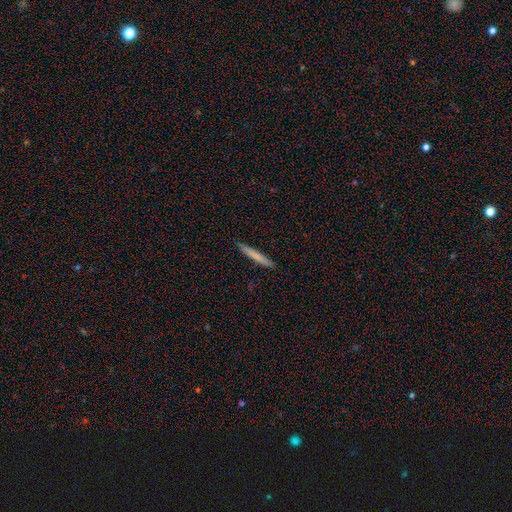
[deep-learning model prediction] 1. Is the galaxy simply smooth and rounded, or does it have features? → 71% smooth, 23% featured or disk, 6% star or artifact.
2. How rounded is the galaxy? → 96% cigar-shaped, 3% in between, 1% round.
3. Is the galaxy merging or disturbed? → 91% none, 6% minor disturbance, 1% major disturbance, 1% merger.